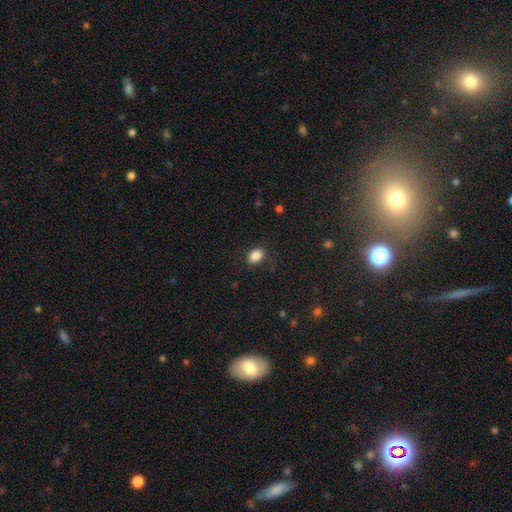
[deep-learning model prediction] A smooth galaxy with no disk features (87%) that is in between round and cigar-shaped (78%). Merging: none (84%).